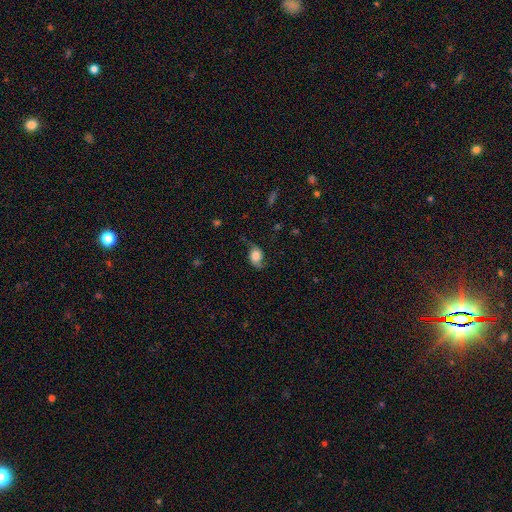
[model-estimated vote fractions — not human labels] Smooth or featured: smooth — 52% (featured or disk — 38%)
How rounded: in between — 75% (round — 23%)
Merging: none — 61% (minor disturbance — 25%)